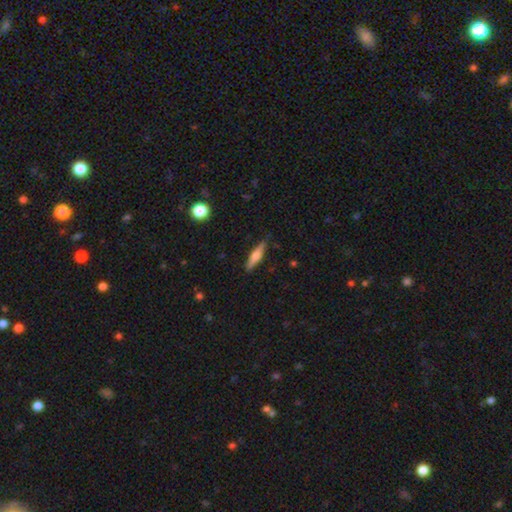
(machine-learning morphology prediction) A featured or disk galaxy (48%).

Vote fractions:
- Smooth or featured? featured or disk: 48% / smooth: 46% / star or artifact: 6%
- Merging? none: 88% / minor disturbance: 9% / major disturbance: 2% / merger: 1%